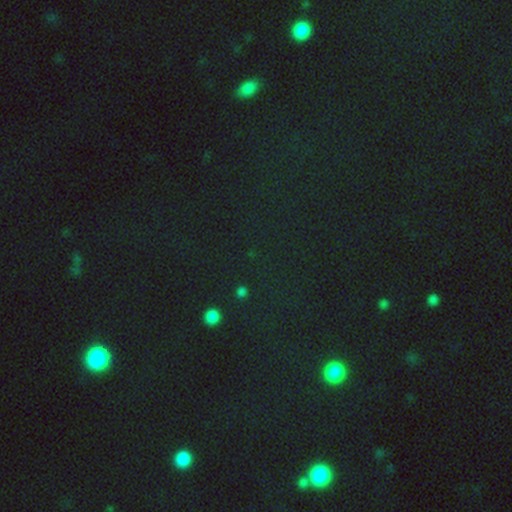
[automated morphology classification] A star or artifact, not a galaxy (73%).

Vote fractions:
- Smooth or featured? star or artifact: 73% / smooth: 19% / featured or disk: 7%